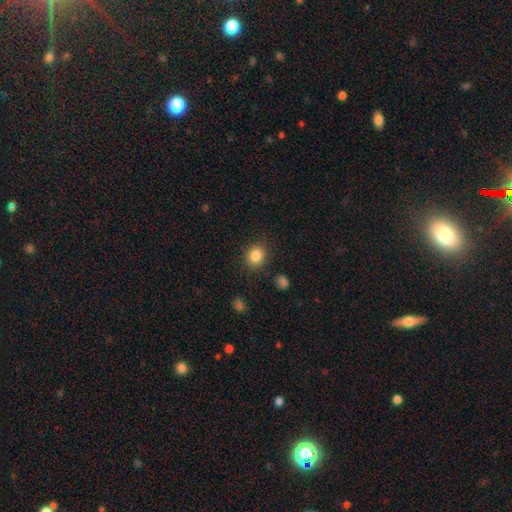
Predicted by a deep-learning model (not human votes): Q: Smooth or featured?
A: smooth (85%); runner-up: star or artifact (10%)
Q: How rounded?
A: round (71%); runner-up: in between (28%)
Q: Merging?
A: none (86%); runner-up: minor disturbance (9%)